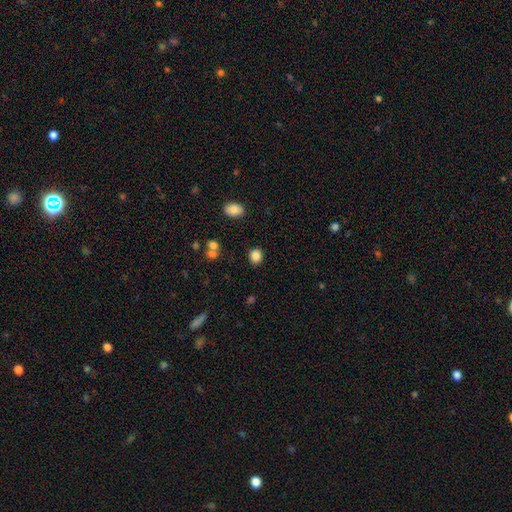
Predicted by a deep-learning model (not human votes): smooth 85%, star or artifact 10%, featured or disk 5%. Down the decision tree: how rounded — round (61%); merging — none (86%).